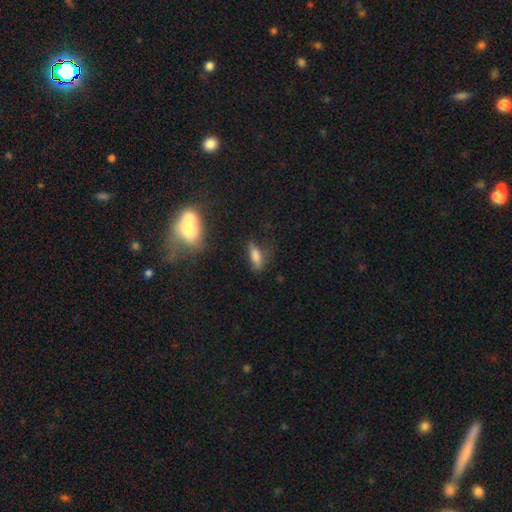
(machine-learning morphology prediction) Overall: smooth (74%). How rounded: in between (61%; cigar-shaped 35%). Merging: none (61%; minor disturbance 25%).